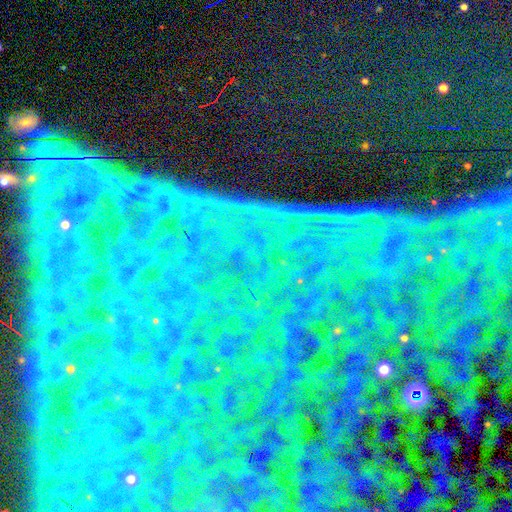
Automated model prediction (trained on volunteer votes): The model was most divided on "smooth or featured": star or artifact: 87%, featured or disk: 7%, smooth: 6%.